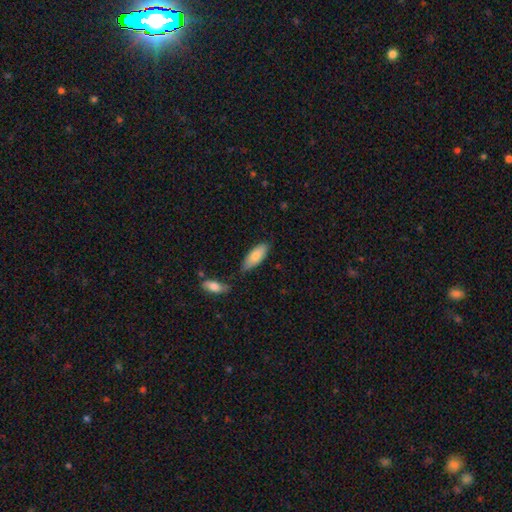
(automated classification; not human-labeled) smooth_or_featured: smooth (p=0.83) [alt: featured or disk p=0.12]
how_rounded: in between (p=0.74) [alt: cigar-shaped p=0.24]
merging: none (p=0.68) [alt: minor disturbance p=0.21]